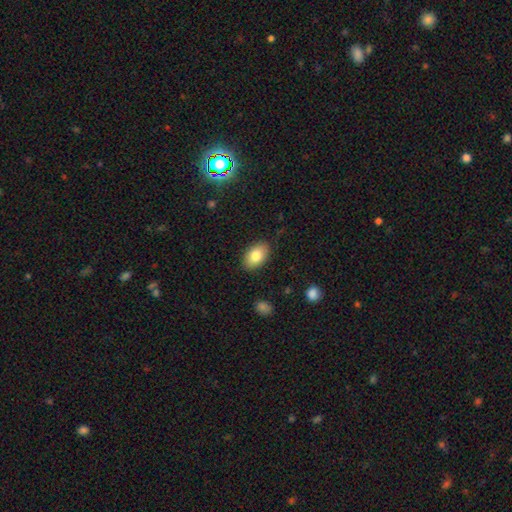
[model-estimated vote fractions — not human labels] A smooth galaxy with no disk features (80%) that is in between round and cigar-shaped (91%).

Vote fractions:
- Smooth or featured? smooth: 80% / featured or disk: 12% / star or artifact: 7%
- How rounded? in between: 91% / round: 8% / cigar-shaped: 1%
- Merging? none: 87% / minor disturbance: 10% / major disturbance: 2% / merger: 1%